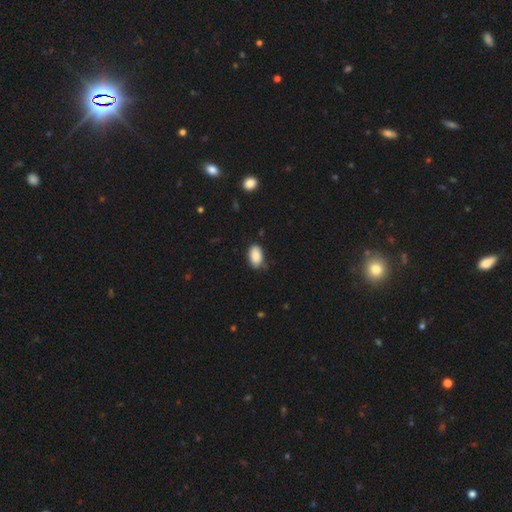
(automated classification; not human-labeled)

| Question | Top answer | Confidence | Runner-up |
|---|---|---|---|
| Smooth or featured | smooth | 88% | star or artifact (7%) |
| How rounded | in between | 93% | round (5%) |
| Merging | none | 77% | minor disturbance (18%) |